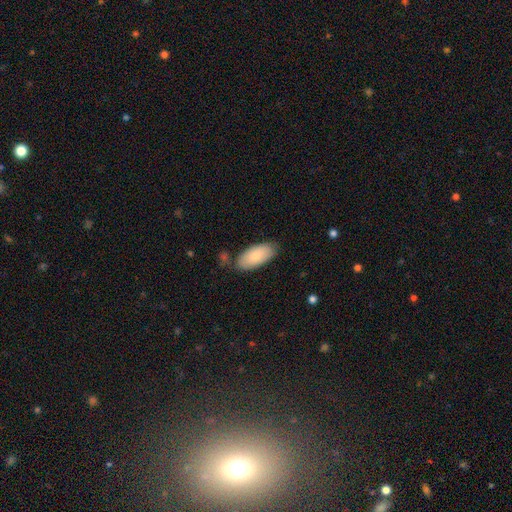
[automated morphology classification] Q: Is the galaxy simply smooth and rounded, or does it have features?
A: smooth — 81%.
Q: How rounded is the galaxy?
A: in between — 92%.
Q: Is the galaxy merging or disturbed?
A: none — 76%.